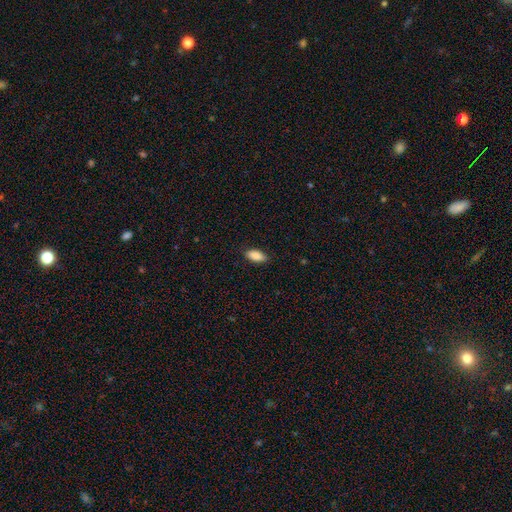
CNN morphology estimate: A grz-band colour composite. It shows a smooth galaxy with no disk features (89%) that is in between round and cigar-shaped (89%). Merging: none (86%).